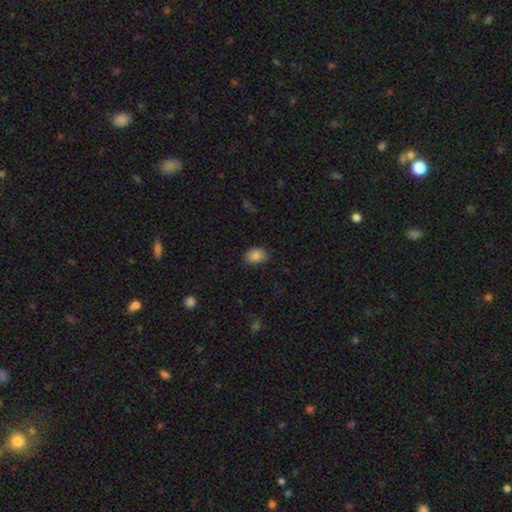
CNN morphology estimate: Smooth or featured: smooth — 87% (star or artifact — 8%)
How rounded: in between — 81% (round — 18%)
Merging: none — 78% (minor disturbance — 18%)